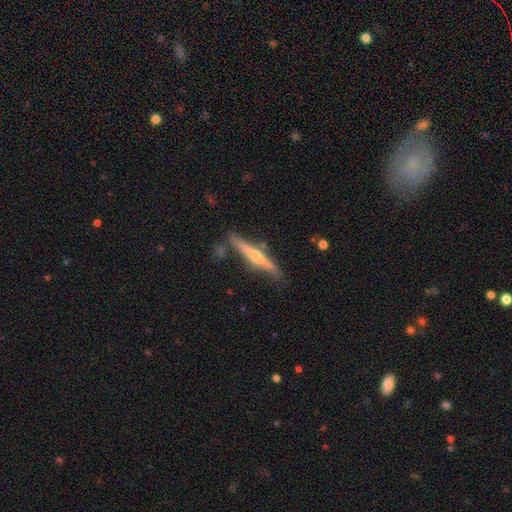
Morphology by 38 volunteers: type=featured or disk (76%); edge-on=yes (100%); edge-on bulge=rounded (93%); merging=none (86%).